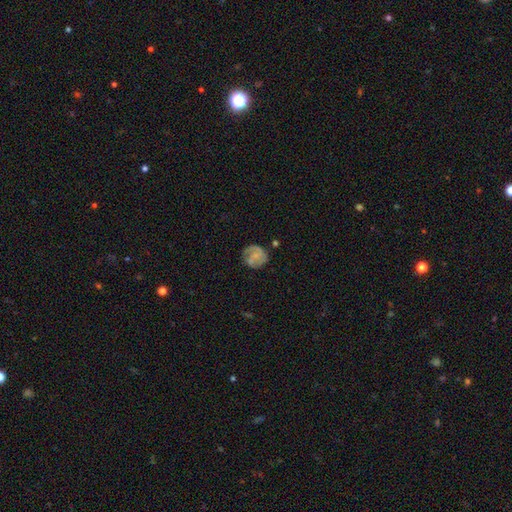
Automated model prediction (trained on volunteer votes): featured or disk 54%, smooth 39%, star or artifact 7%. Down the decision tree: edge-on disk — no (98%); bar — no (65%); spiral arms — yes (80%); bulge size — small (49%); merging — none (64%).